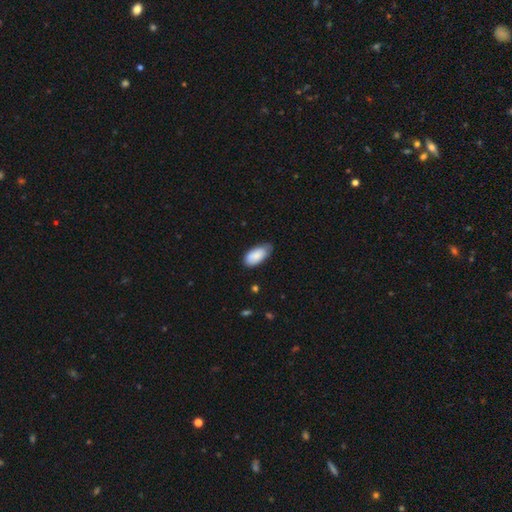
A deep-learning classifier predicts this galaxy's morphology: Smooth or featured? Predicted: smooth (p=0.87). How rounded? Predicted: in between (p=0.93). Merging? Predicted: none (p=0.60).